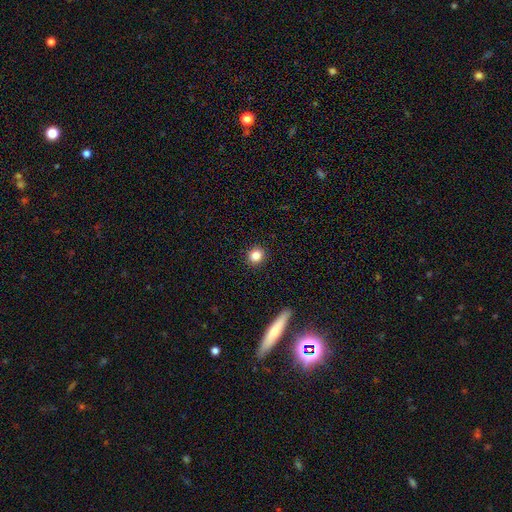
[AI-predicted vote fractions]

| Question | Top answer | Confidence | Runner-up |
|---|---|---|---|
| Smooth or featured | smooth | 84% | star or artifact (10%) |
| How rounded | round | 90% | in between (9%) |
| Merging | none | 92% | minor disturbance (5%) |